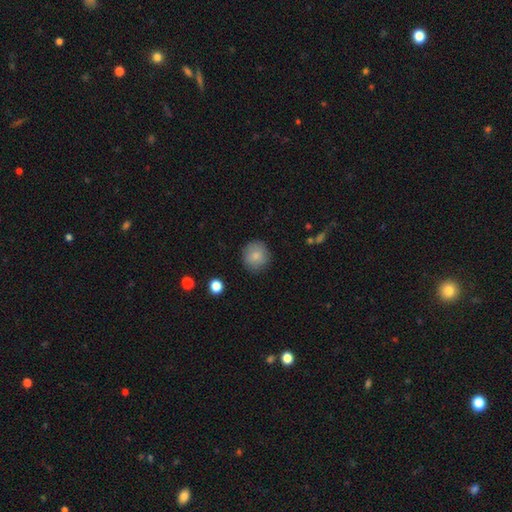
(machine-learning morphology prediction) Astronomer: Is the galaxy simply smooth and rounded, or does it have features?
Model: smooth — 84%.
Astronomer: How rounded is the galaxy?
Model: round — 91%.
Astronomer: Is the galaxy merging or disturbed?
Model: none — 86%.